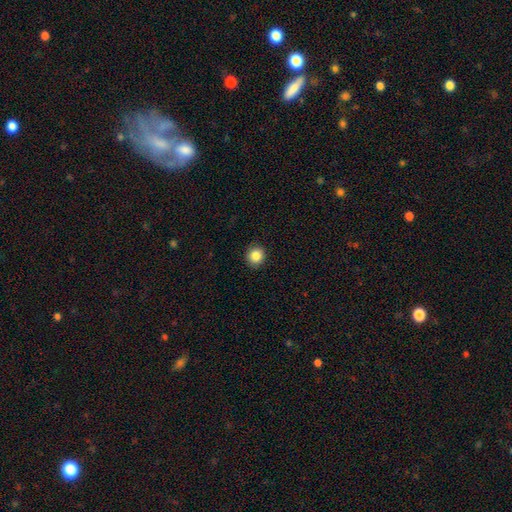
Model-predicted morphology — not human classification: A smooth galaxy with no disk features (86%) that is round (91%).

Vote fractions:
- Smooth or featured? smooth: 86% / star or artifact: 9% / featured or disk: 5%
- How rounded? round: 91% / in between: 8% / cigar-shaped: 1%
- Merging? none: 92% / minor disturbance: 6% / major disturbance: 2% / merger: 1%